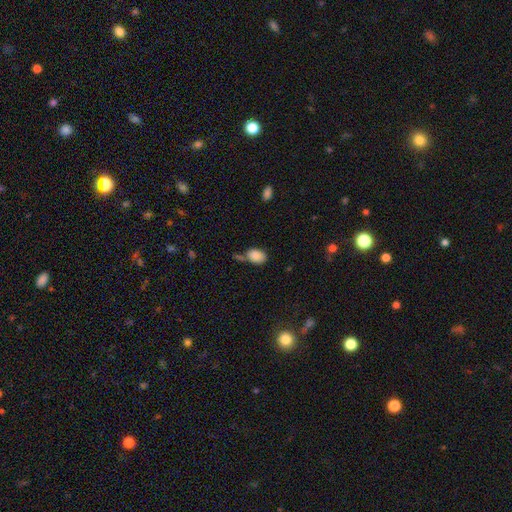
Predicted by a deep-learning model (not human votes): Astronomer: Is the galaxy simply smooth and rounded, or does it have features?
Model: smooth — 87%.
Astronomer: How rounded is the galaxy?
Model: in between — 85%.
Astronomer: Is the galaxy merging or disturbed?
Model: none — 51%.